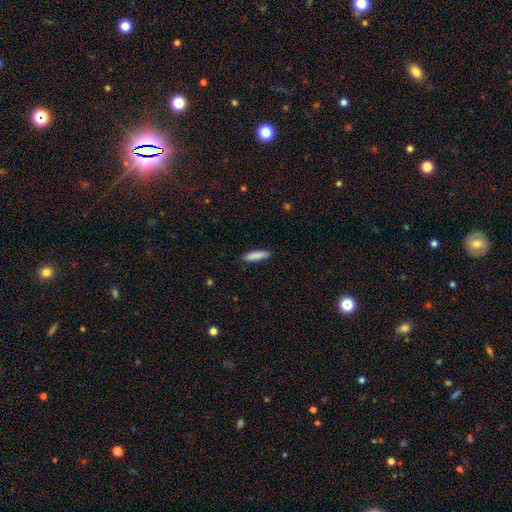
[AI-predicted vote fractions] A smooth galaxy with no disk features (87%) that is cigar-shaped (74%). Merging: none (88%).